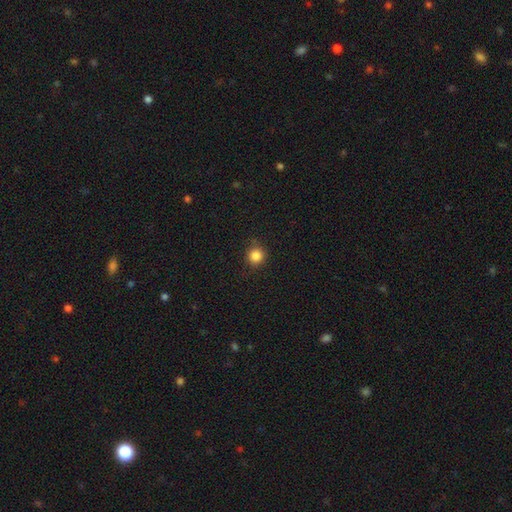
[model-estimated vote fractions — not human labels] smooth 85%, star or artifact 12%, featured or disk 4%. Down the decision tree: how rounded — round (92%); merging — none (86%).